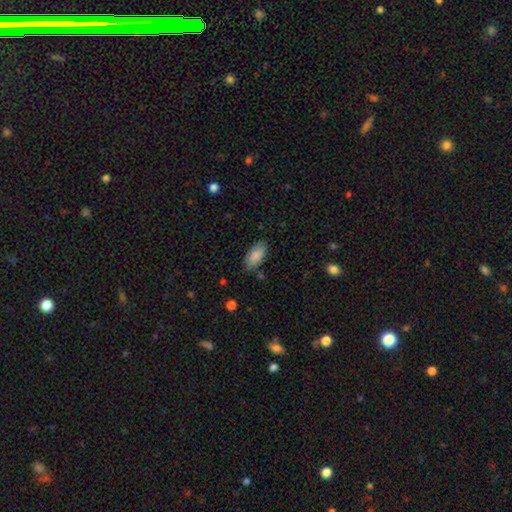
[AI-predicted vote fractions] Overall: smooth (86%). How rounded: in between (94%). Merging: none (80%).